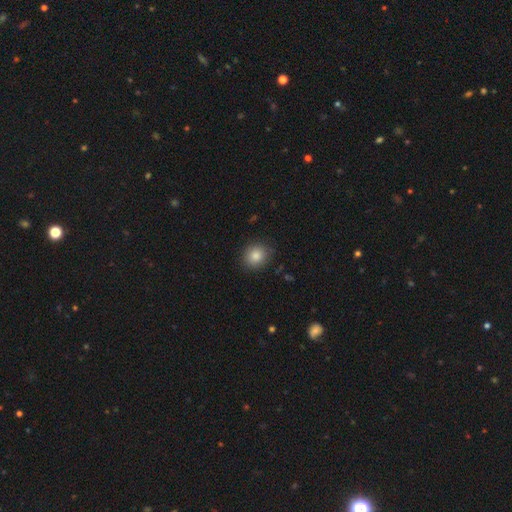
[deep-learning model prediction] Q: Smooth or featured?
A: smooth (85%); runner-up: star or artifact (10%)
Q: How rounded?
A: round (81%); runner-up: in between (18%)
Q: Merging?
A: none (86%); runner-up: minor disturbance (10%)